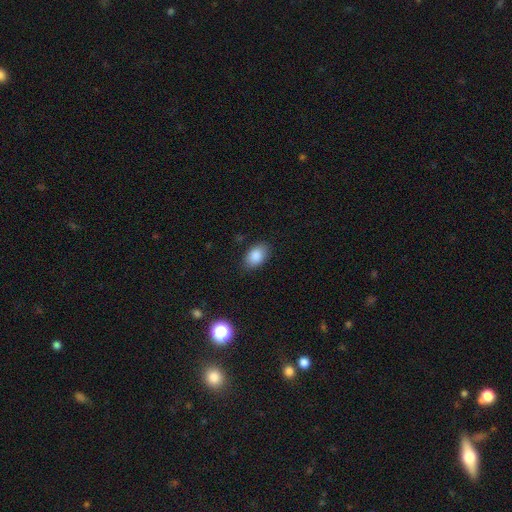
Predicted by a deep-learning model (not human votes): Smooth or featured: smooth — 87% (star or artifact — 8%)
How rounded: in between — 88% (round — 11%)
Merging: none — 83% (minor disturbance — 13%)